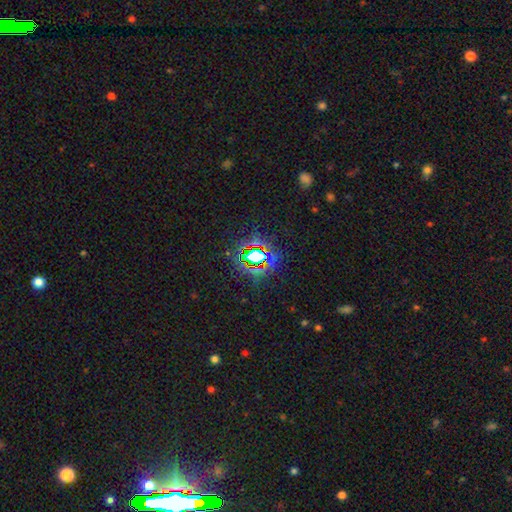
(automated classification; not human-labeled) smooth_or_featured: star or artifact (p=0.73) [alt: smooth p=0.16]